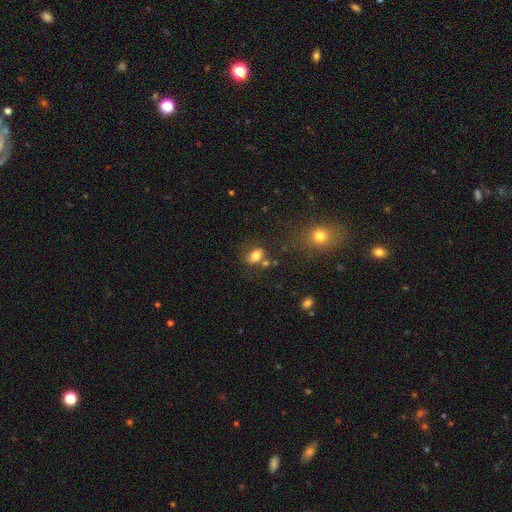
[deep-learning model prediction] This is likely a smooth galaxy (75%). How rounded: likely in between (77%). Merging: possibly none (53%).